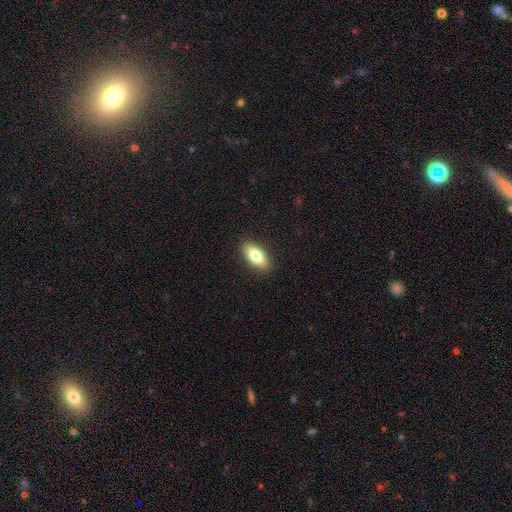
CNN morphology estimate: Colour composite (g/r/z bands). It shows a smooth galaxy with no disk features (76%) that is in between round and cigar-shaped (81%). Merging: none (89%).